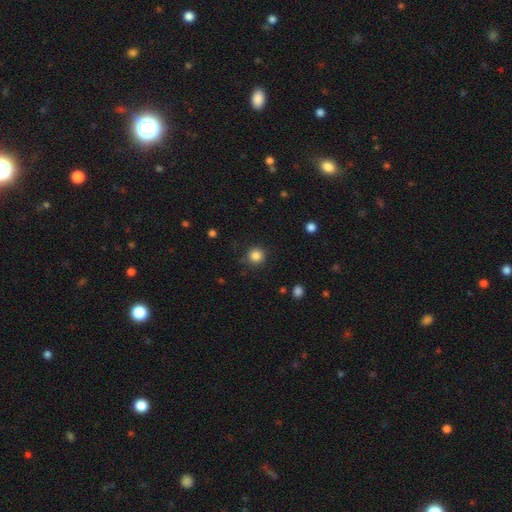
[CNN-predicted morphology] smooth-or-featured: smooth: 85% | star or artifact: 11% | featured or disk: 4%
  how-rounded: round: 94% | in between: 5% | cigar-shaped: 1%
  merging: none: 87% | minor disturbance: 9% | major disturbance: 3% | merger: 1%